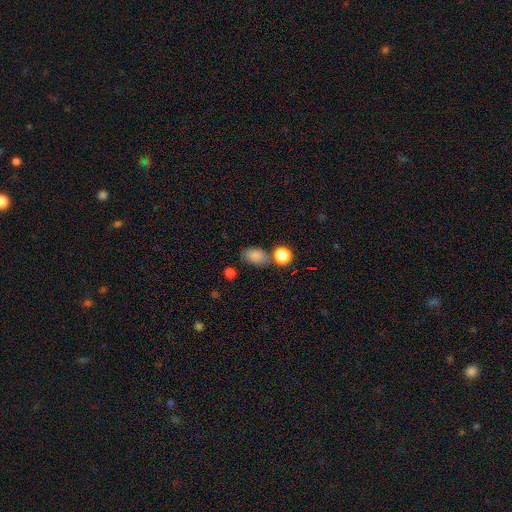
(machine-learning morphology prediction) Smooth or featured? smooth (84%)
How rounded? in between (85%)
Merging? none (64%)